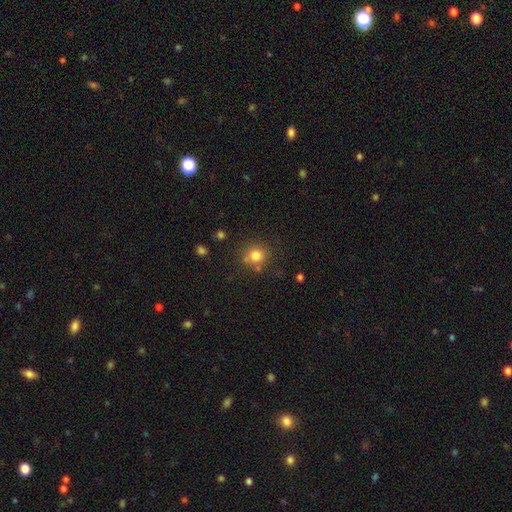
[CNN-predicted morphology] A smooth galaxy with no disk features (80%) that is round (88%).

Vote fractions:
- Smooth or featured? smooth: 80% / star or artifact: 13% / featured or disk: 7%
- How rounded? round: 88% / in between: 11% / cigar-shaped: 1%
- Merging? none: 74% / minor disturbance: 13% / merger: 8% / major disturbance: 4%